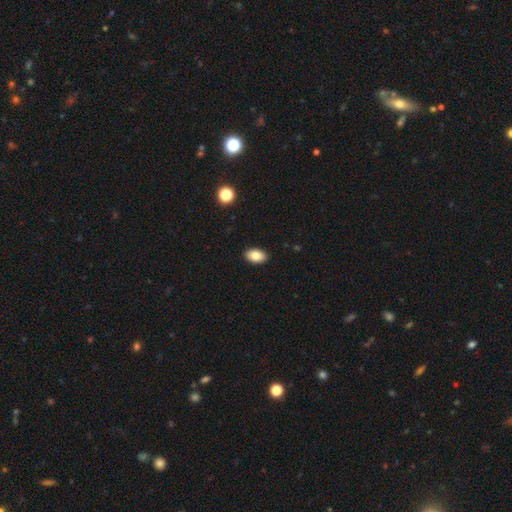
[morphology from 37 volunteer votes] smooth_or_featured: smooth (p=0.89) [alt: featured or disk p=0.08]
how_rounded: in between (p=0.88) [alt: round p=0.09]
merging: none (p=0.83) [alt: minor disturbance p=0.08]